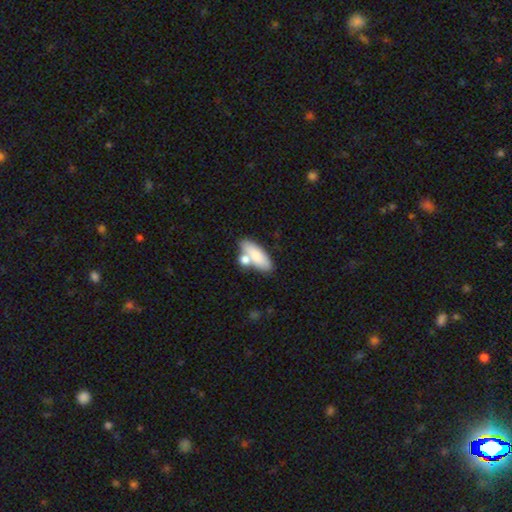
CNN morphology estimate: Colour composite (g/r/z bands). It shows a smooth galaxy with no disk features (77%) that is in between round and cigar-shaped (73%). Merging: none (51%).